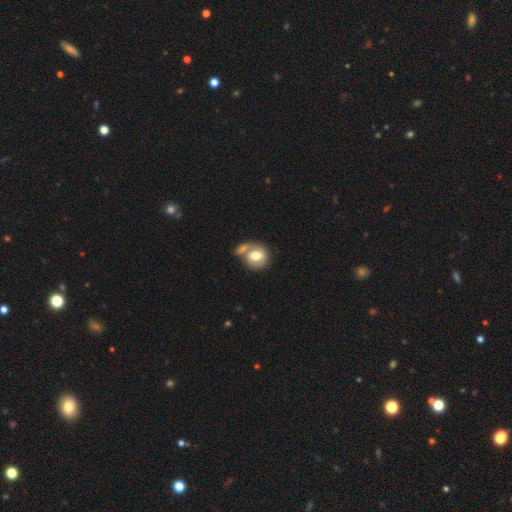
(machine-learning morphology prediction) smooth-or-featured: smooth: 61% | featured or disk: 32% | star or artifact: 7%
  how-rounded: round: 70% | in between: 29% | cigar-shaped: 1%
  merging: merger: 39% | none: 38% | minor disturbance: 15% | major disturbance: 8%